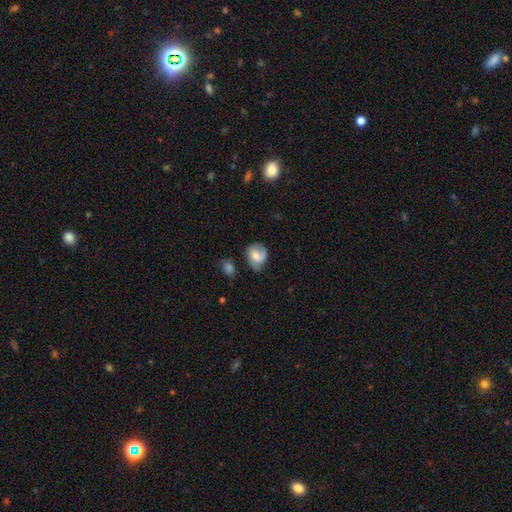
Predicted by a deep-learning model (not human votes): A smooth galaxy with no disk features (52%) that is round (54%). Merging: none (57%).